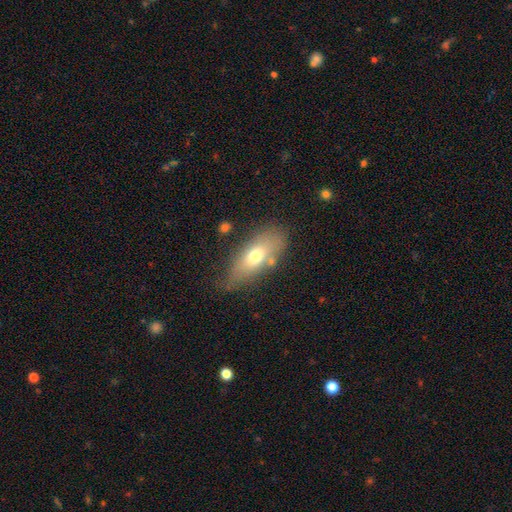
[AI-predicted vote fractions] This is likely a smooth galaxy (63%). How rounded: likely in between (75%). Merging: likely none (63%).